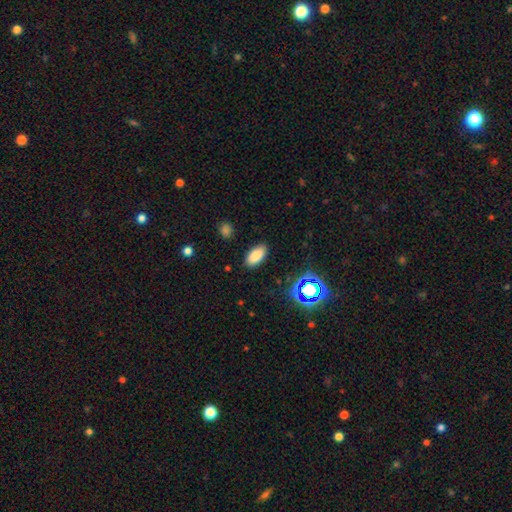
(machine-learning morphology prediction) type=smooth (83%); roundness=in between (91%); merging=none (86%).